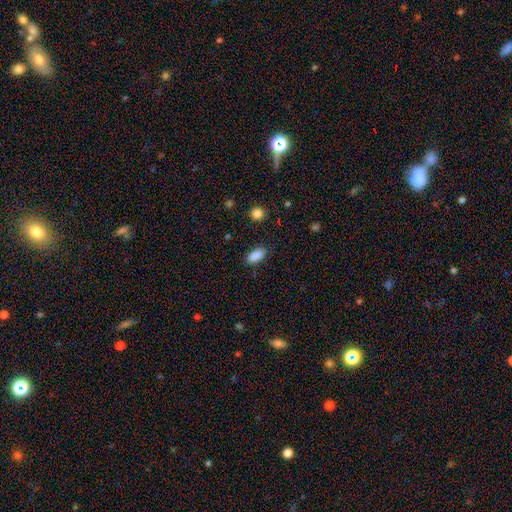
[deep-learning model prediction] Q: Smooth or featured?
A: smooth (88%); runner-up: star or artifact (8%)
Q: How rounded?
A: in between (88%); runner-up: cigar-shaped (9%)
Q: Merging?
A: none (85%); runner-up: minor disturbance (11%)